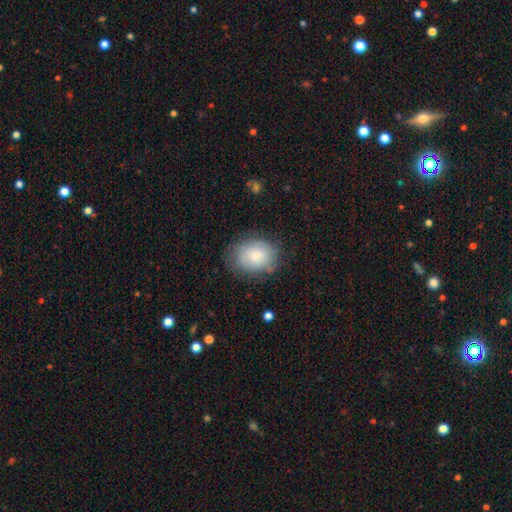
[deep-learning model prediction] smooth 78%, featured or disk 15%, star or artifact 8%. Down the decision tree: how rounded — in between (57%); merging — none (69%).